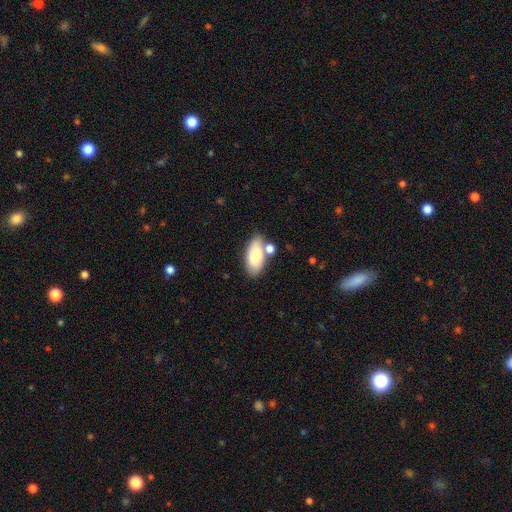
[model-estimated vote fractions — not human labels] smooth_or_featured: smooth (p=0.77) [alt: featured or disk p=0.16]
how_rounded: in between (p=0.90) [alt: cigar-shaped p=0.07]
merging: none (p=0.59) [alt: merger p=0.21]